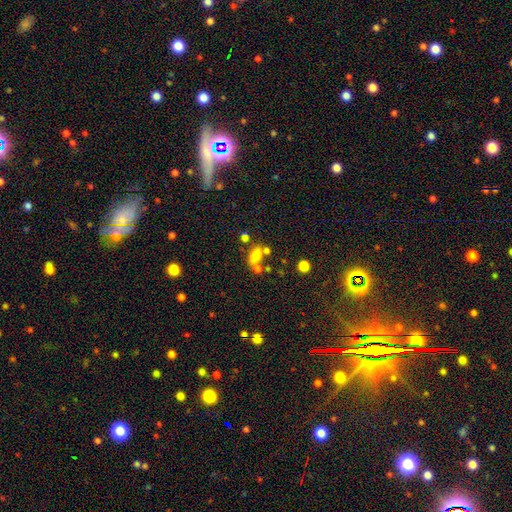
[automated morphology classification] Smooth or featured? Predicted: smooth (p=0.72). How rounded? Predicted: in between (p=0.81). Merging? Predicted: none (p=0.50).